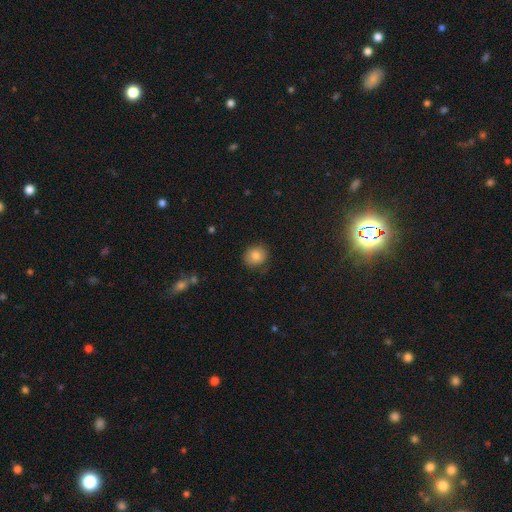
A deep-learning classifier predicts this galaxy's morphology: The model was most divided on "how rounded": round: 78%, in between: 21%, cigar-shaped: 1%. More confident: merging — none (82%); smooth or featured — smooth (80%).